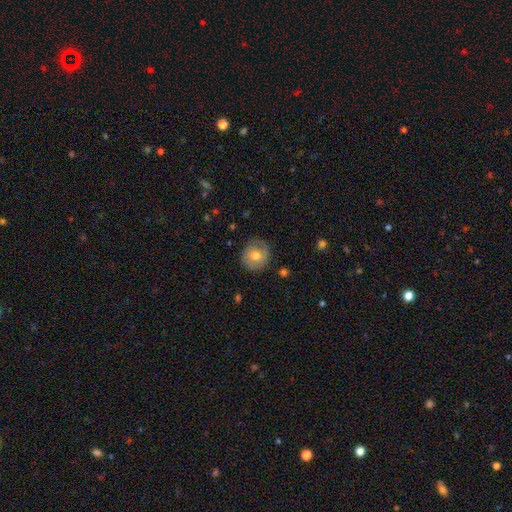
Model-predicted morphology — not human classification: Smooth or featured?
  - smooth: 66% *
  - featured or disk: 27%
  - star or artifact: 8%
How rounded?
  - round: 88% *
  - in between: 11%
  - cigar-shaped: 1%
Merging?
  - none: 80% *
  - minor disturbance: 14%
  - major disturbance: 4%
  - merger: 1%